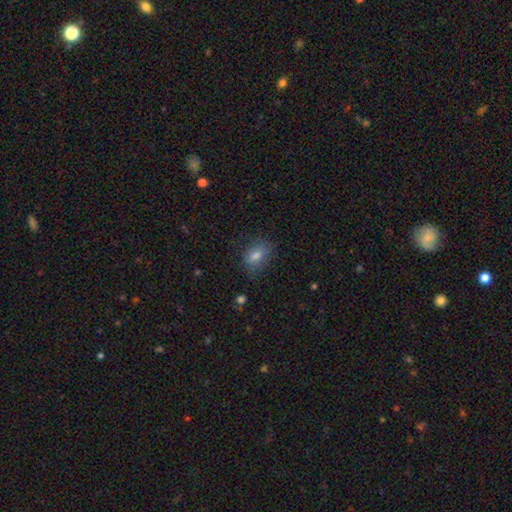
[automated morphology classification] Smooth or featured? Predicted: smooth (p=0.75). How rounded? Predicted: in between (p=0.79). Merging? Predicted: none (p=0.75).